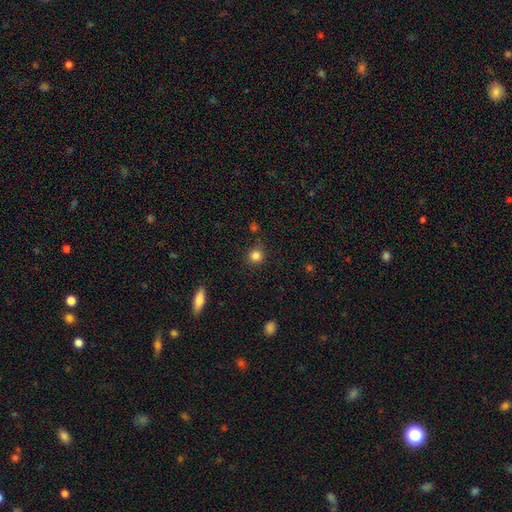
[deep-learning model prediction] Smooth or featured?
  - smooth: 83% *
  - star or artifact: 12%
  - featured or disk: 5%
How rounded?
  - round: 93% *
  - in between: 6%
  - cigar-shaped: 1%
Merging?
  - none: 87% *
  - minor disturbance: 9%
  - major disturbance: 3%
  - merger: 2%